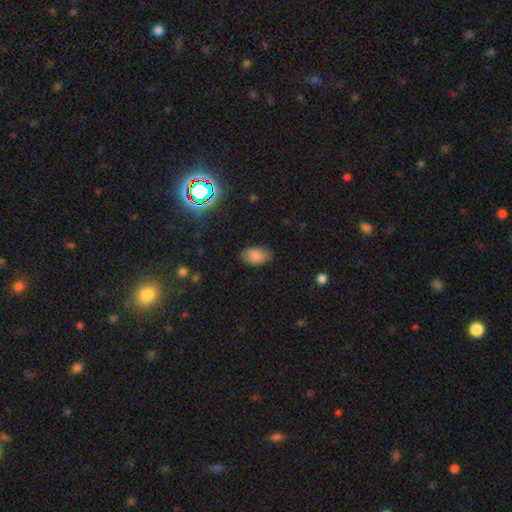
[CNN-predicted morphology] smooth-or-featured: smooth: 83% | star or artifact: 11% | featured or disk: 6%
  how-rounded: in between: 90% | round: 9% | cigar-shaped: 1%
  merging: none: 84% | minor disturbance: 12% | major disturbance: 3% | merger: 1%